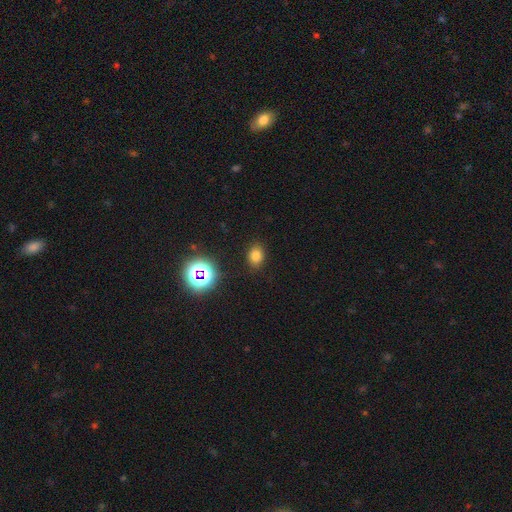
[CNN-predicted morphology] smooth-or-featured: smooth: 75% | star or artifact: 19% | featured or disk: 6%
  how-rounded: in between: 59% | round: 40% | cigar-shaped: 1%
  merging: none: 86% | minor disturbance: 9% | major disturbance: 3% | merger: 1%